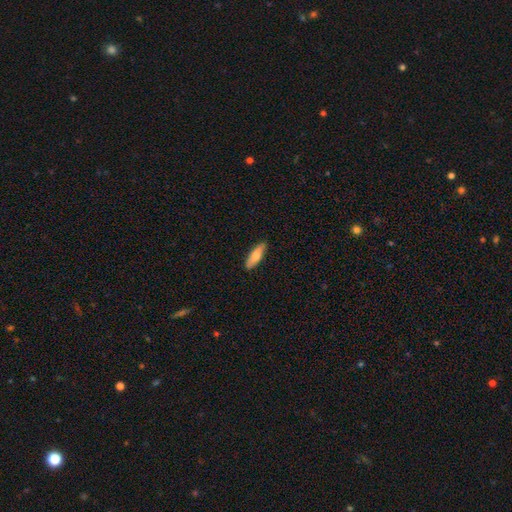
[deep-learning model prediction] This appears to be a smooth galaxy with no disk features (73%) that is cigar-shaped (51%). Merging: none (88%).